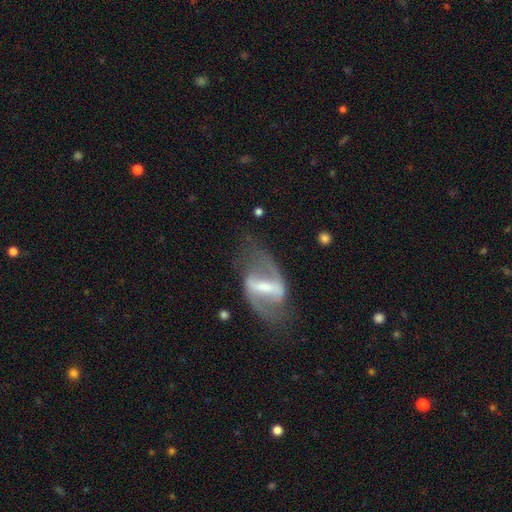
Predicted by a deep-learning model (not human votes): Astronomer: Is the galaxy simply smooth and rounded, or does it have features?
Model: featured or disk — 85%.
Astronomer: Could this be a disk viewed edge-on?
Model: no — 91%.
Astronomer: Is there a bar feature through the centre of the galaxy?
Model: strong — 75%.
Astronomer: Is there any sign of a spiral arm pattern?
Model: yes — 83%.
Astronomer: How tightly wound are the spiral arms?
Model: loose — 44% (runner-up: medium, 42%).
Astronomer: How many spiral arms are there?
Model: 2 — 89%.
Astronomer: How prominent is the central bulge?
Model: small — 42% (runner-up: moderate, 37%).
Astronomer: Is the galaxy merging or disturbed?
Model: none — 69%.